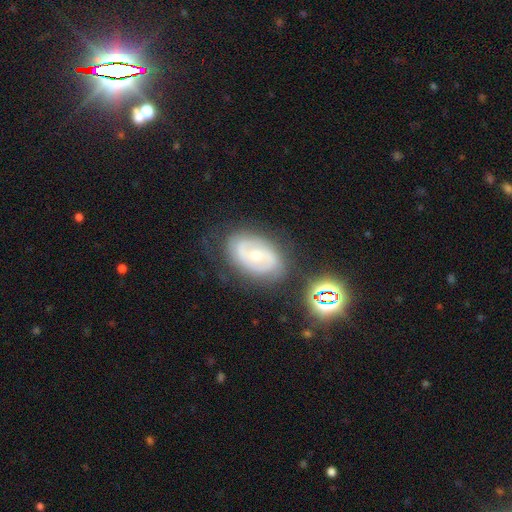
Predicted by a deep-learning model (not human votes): The model was most divided on "bulge size": moderate: 51%, small: 46%, large: 2%, none: 1%, dominant: 1%. Remaining: edge-on disk — no (96%); spiral arms — yes (82%); smooth or featured — featured or disk (77%); merging — none (73%); spiral arm count — 2 (67%); bar — no (58%); spiral winding — tight (48%).